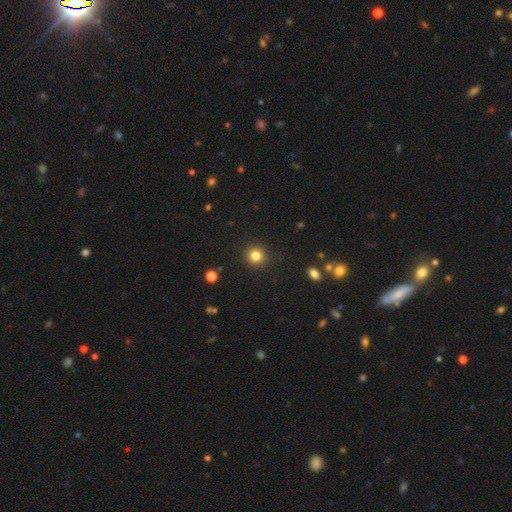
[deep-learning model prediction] A smooth galaxy with no disk features (83%) that is round (93%).

Vote fractions:
- Smooth or featured? smooth: 83% / star or artifact: 12% / featured or disk: 5%
- How rounded? round: 93% / in between: 6% / cigar-shaped: 1%
- Merging? none: 92% / minor disturbance: 5% / major disturbance: 2% / merger: 1%